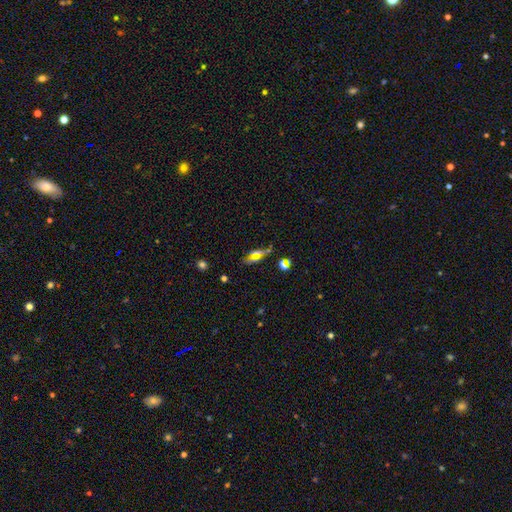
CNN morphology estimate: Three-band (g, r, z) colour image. It shows a smooth galaxy with no disk features (42%). Merging: none (61%).